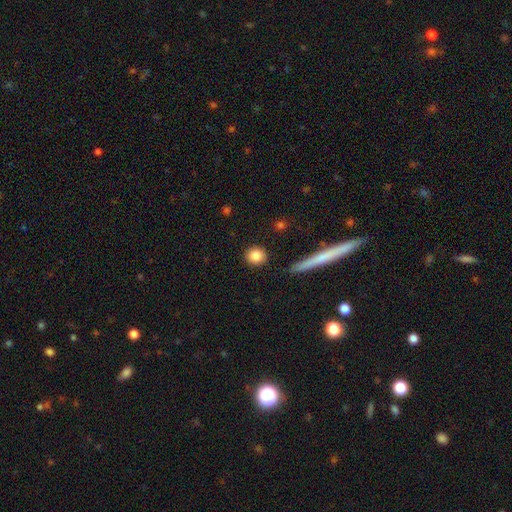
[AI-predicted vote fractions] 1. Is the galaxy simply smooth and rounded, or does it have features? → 85% smooth, 8% star or artifact, 7% featured or disk.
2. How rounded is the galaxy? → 85% round, 13% in between, 3% cigar-shaped.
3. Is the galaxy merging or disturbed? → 88% none, 7% minor disturbance, 2% major disturbance, 2% merger.